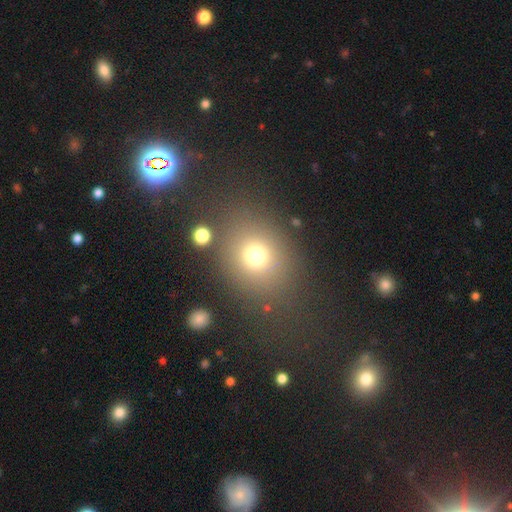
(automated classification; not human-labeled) smooth_or_featured: smooth (p=0.74) [alt: star or artifact p=0.16]
how_rounded: round (p=0.65) [alt: in between p=0.34]
merging: none (p=0.77) [alt: minor disturbance p=0.11]